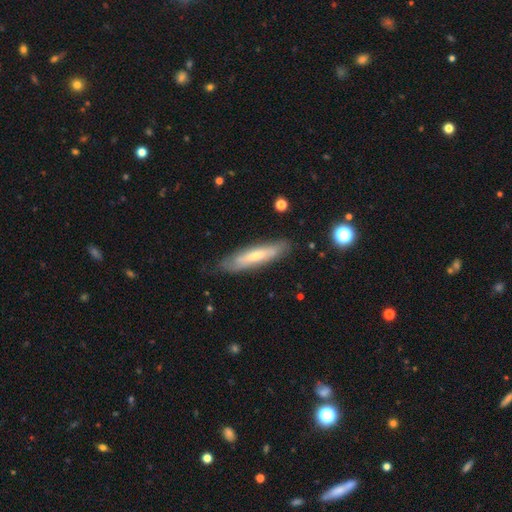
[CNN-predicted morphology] smooth 47%, featured or disk 46%, star or artifact 6%. Down the decision tree: merging — none (82%).